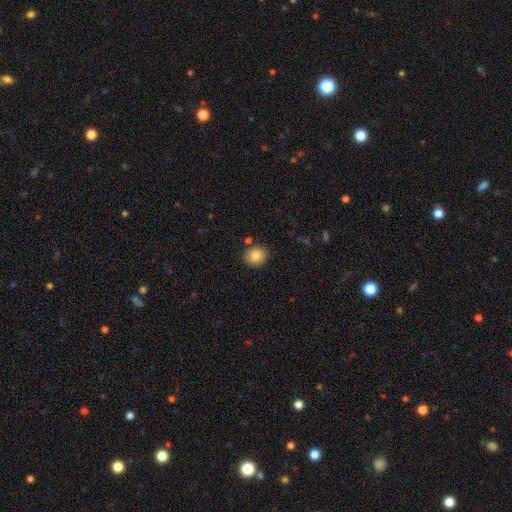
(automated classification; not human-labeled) Smooth or featured?
  - smooth: 84% *
  - star or artifact: 9%
  - featured or disk: 7%
How rounded?
  - round: 73% *
  - in between: 26%
  - cigar-shaped: 1%
Merging?
  - none: 84% *
  - minor disturbance: 9%
  - merger: 5%
  - major disturbance: 2%